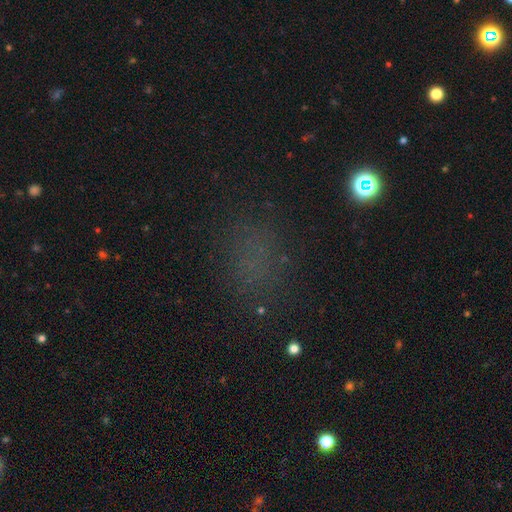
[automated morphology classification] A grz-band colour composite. It shows a smooth galaxy with no disk features (57%) that is in between round and cigar-shaped (58%). Merging: none (77%).